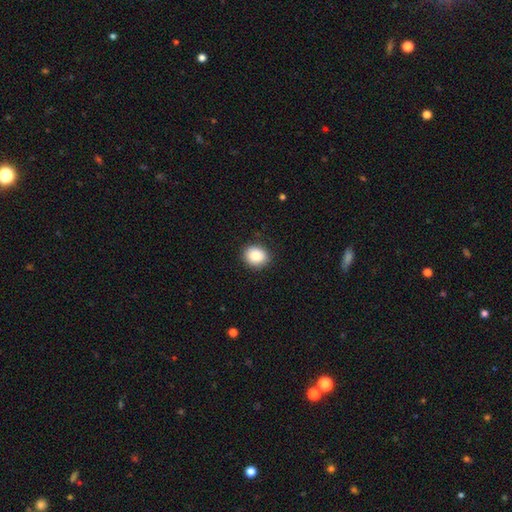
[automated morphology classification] Smooth or featured: smooth — 85% (star or artifact — 8%)
How rounded: round — 67% (in between — 32%)
Merging: none — 89% (minor disturbance — 8%)